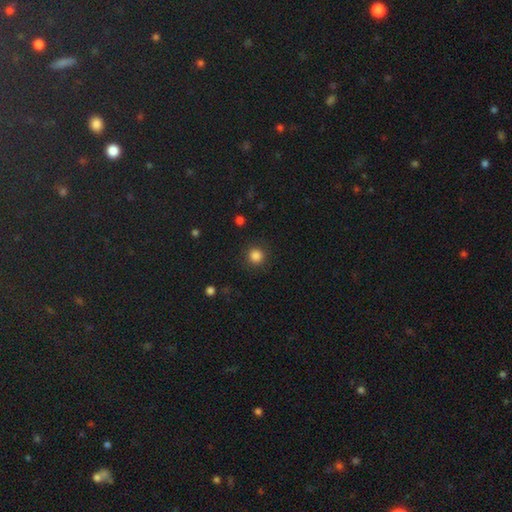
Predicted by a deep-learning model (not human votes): Overall: smooth (85%). How rounded: round (93%). Merging: none (89%).